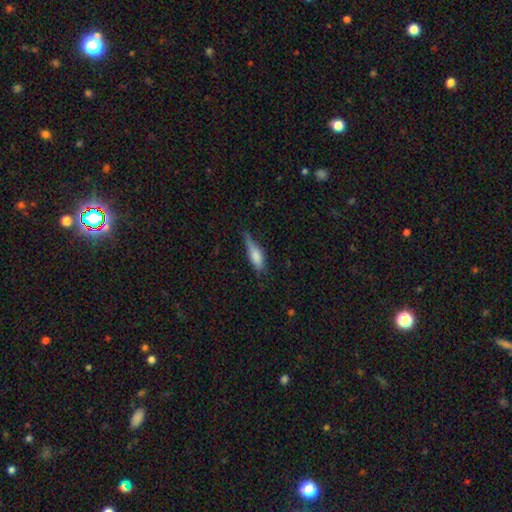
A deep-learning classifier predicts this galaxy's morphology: This is likely a smooth galaxy (72%). How rounded: possibly in between (51%). Merging: marginally minor disturbance (42%, tied with none).